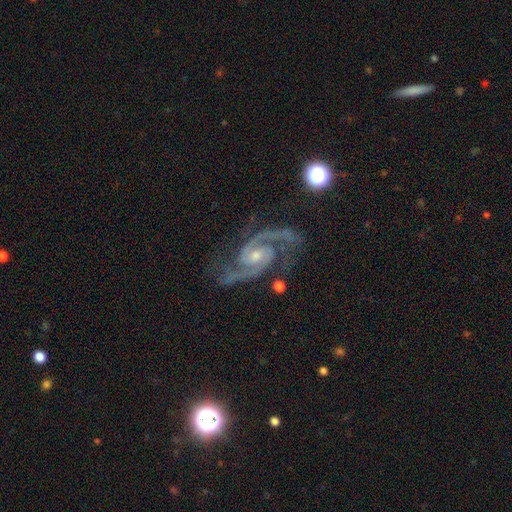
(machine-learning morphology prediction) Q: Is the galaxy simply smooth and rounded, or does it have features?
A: featured or disk — 92%.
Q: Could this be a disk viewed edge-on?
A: no — 98%.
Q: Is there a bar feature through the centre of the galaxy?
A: no — 52%.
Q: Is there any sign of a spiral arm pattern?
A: yes — 99%.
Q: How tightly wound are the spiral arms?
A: medium — 64%.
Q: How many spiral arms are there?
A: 2 — 92%.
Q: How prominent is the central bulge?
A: small — 59%.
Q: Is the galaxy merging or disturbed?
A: none — 78%.